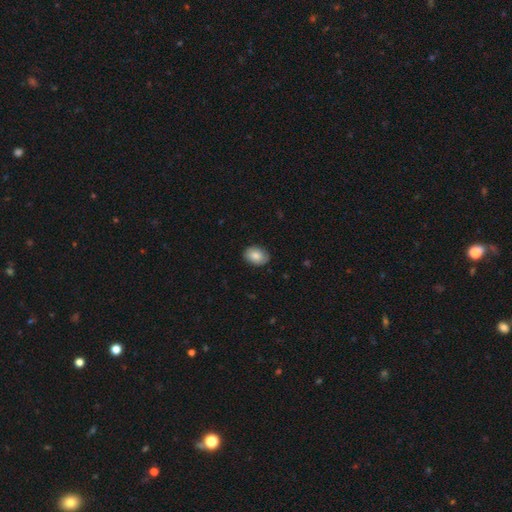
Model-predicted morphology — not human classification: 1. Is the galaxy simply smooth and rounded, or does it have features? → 84% smooth, 10% featured or disk, 7% star or artifact.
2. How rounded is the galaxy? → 74% in between, 25% round, 1% cigar-shaped.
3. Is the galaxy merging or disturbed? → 85% none, 12% minor disturbance, 2% major disturbance, 1% merger.